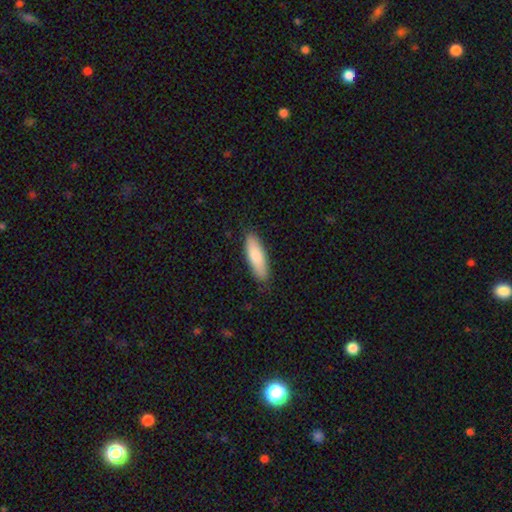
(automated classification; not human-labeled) Overall: smooth (82%). How rounded: cigar-shaped (49%, tied with in between). Merging: none (86%).